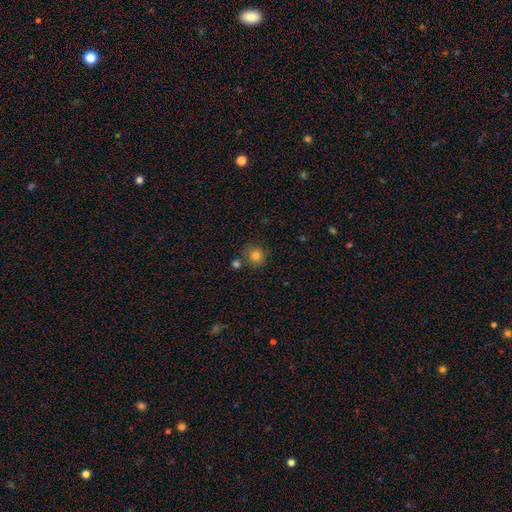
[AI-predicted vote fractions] Overall: smooth (81%). How rounded: round (89%). Merging: none (75%).